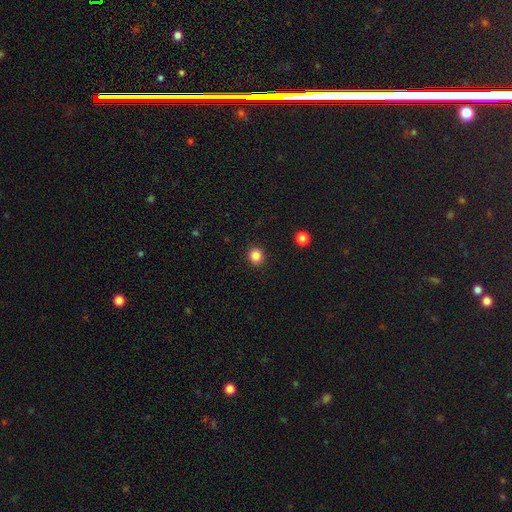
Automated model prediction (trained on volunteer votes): The model was most divided on "how rounded": round: 84%, in between: 15%, cigar-shaped: 1%. More confident: merging — none (91%); smooth or featured — smooth (85%).